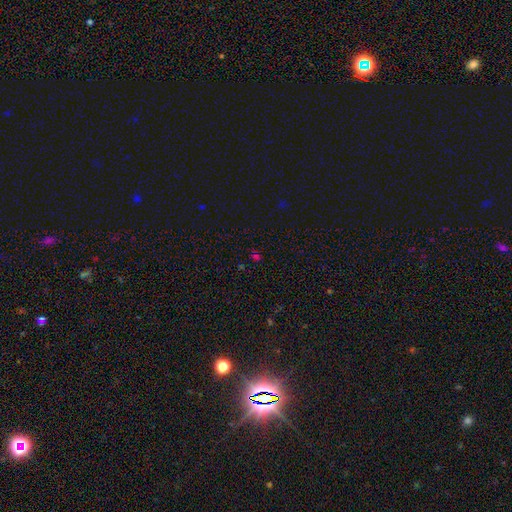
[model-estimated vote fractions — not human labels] Smooth or featured? Predicted: star or artifact (p=0.55).